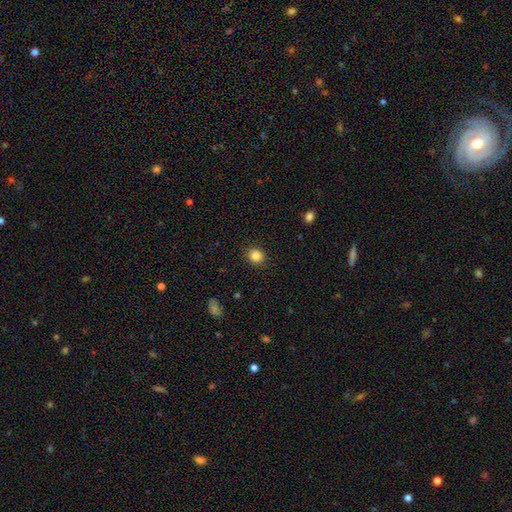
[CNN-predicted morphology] Overall: smooth (84%). How rounded: round (78%). Merging: none (90%).